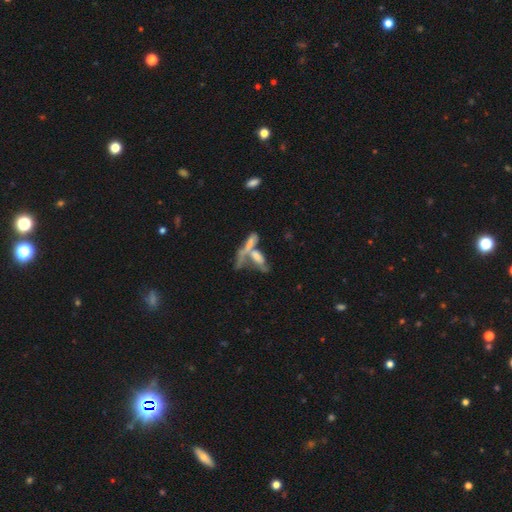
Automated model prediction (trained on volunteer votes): smooth_or_featured: featured or disk (p=0.44) [alt: smooth p=0.41]
merging: merger (p=0.58) [alt: none p=0.23]